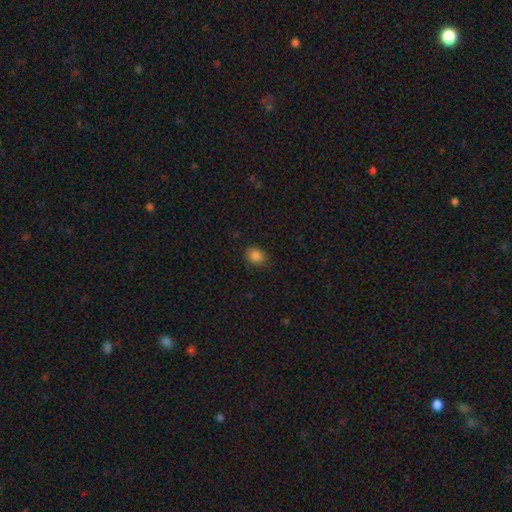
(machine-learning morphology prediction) Smooth or featured? smooth (85%)
How rounded? round (59%)
Merging? none (80%)